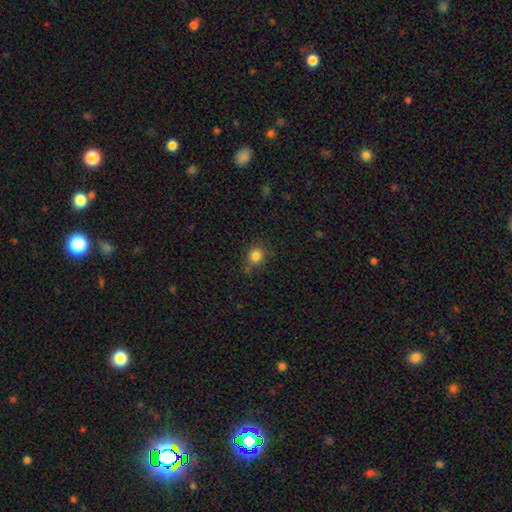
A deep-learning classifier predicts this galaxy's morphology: Smooth or featured: smooth — 83% (star or artifact — 12%)
How rounded: round — 80% (in between — 19%)
Merging: none — 79% (minor disturbance — 15%)